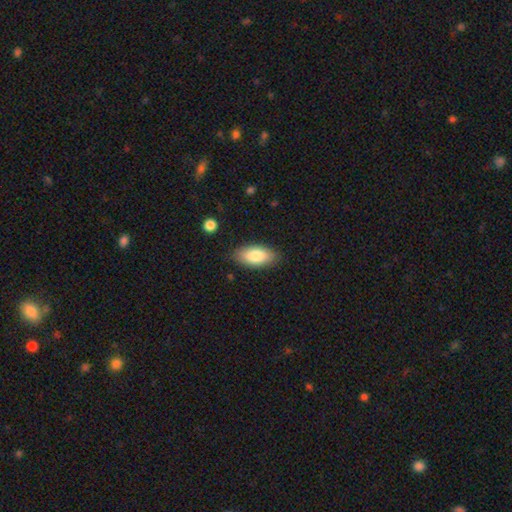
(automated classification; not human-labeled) smooth-or-featured: smooth: 83% | featured or disk: 11% | star or artifact: 6%
  how-rounded: in between: 90% | cigar-shaped: 8% | round: 2%
  merging: none: 85% | minor disturbance: 11% | major disturbance: 3% | merger: 1%